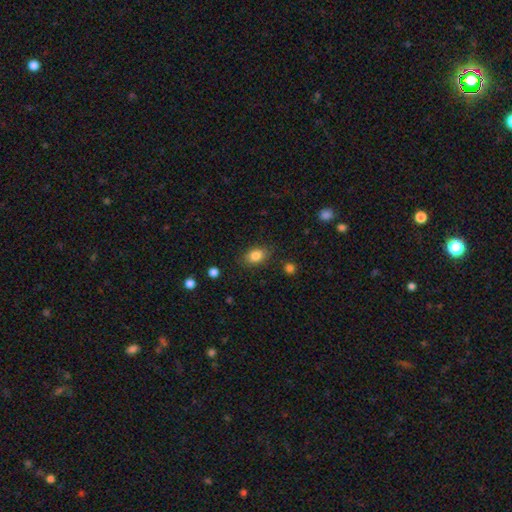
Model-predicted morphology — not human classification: smooth-or-featured: smooth: 84% | star or artifact: 9% | featured or disk: 7%
  how-rounded: in between: 78% | round: 20% | cigar-shaped: 2%
  merging: none: 83% | minor disturbance: 12% | major disturbance: 3% | merger: 2%